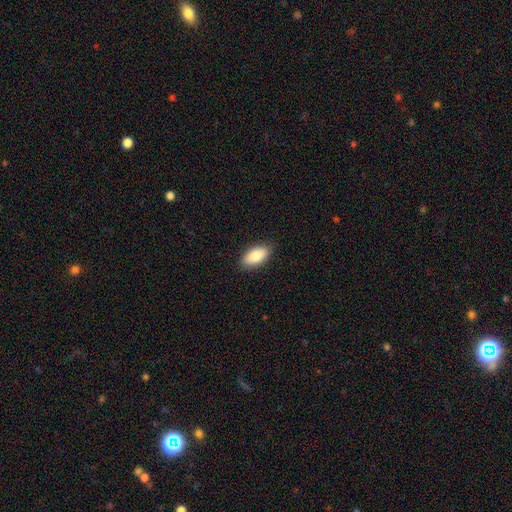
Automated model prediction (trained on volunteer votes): This is clearly a smooth galaxy (85%). How rounded: clearly in between (93%). Merging: clearly none (87%).